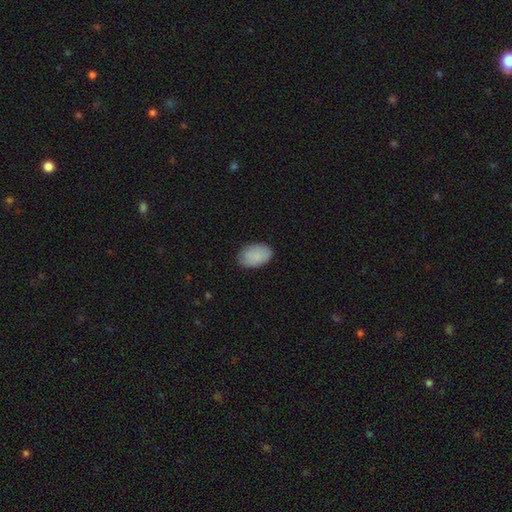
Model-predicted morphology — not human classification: A smooth galaxy with no disk features (89%) that is in between round and cigar-shaped (90%).

Vote fractions:
- Smooth or featured? smooth: 89% / star or artifact: 6% / featured or disk: 5%
- How rounded? in between: 90% / round: 9% / cigar-shaped: 1%
- Merging? none: 85% / minor disturbance: 11% / major disturbance: 2% / merger: 1%